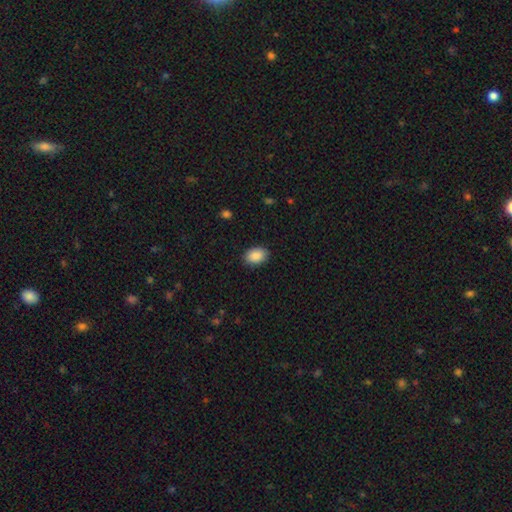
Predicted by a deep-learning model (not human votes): Overall: smooth (89%). How rounded: in between (85%). Merging: none (88%).